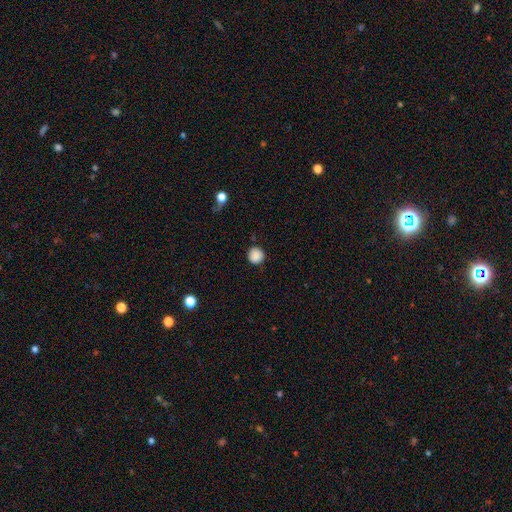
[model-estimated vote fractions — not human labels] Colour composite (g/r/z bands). It shows a smooth galaxy with no disk features (87%) that is round (93%). Merging: none (86%).